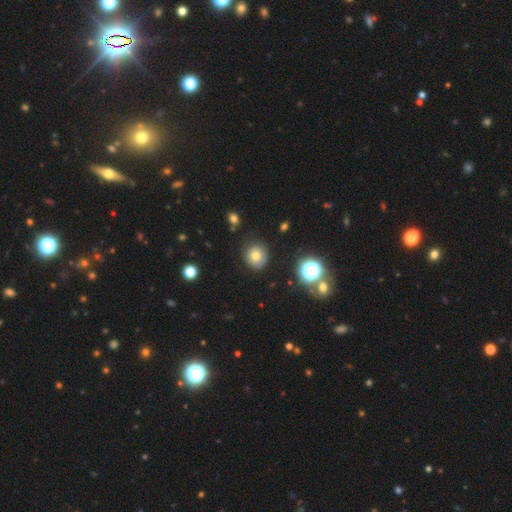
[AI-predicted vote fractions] smooth_or_featured: smooth (p=0.72) [alt: star or artifact p=0.15]
how_rounded: round (p=0.89) [alt: in between p=0.10]
merging: none (p=0.83) [alt: minor disturbance p=0.12]